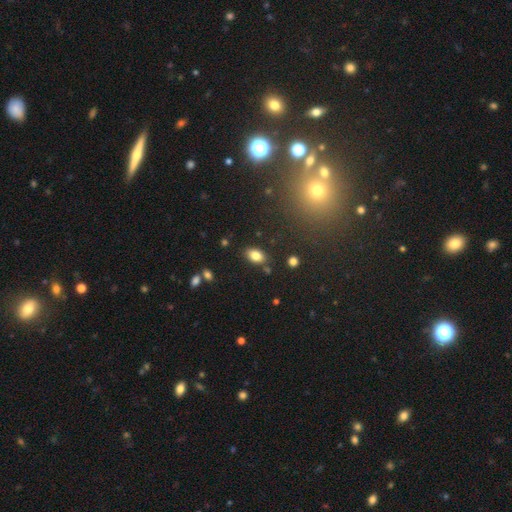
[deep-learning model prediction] Smooth or featured?
  - smooth: 83% *
  - star or artifact: 10%
  - featured or disk: 8%
How rounded?
  - in between: 88% *
  - round: 11%
  - cigar-shaped: 2%
Merging?
  - none: 82% *
  - minor disturbance: 11%
  - merger: 4%
  - major disturbance: 3%